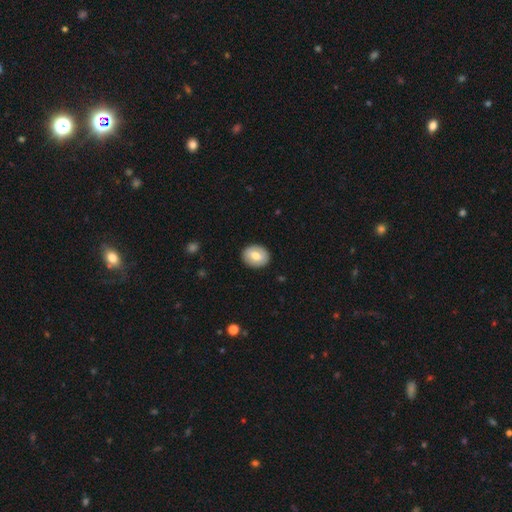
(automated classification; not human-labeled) Smooth or featured? smooth (67%)
How rounded? round (61%)
Merging? none (89%)